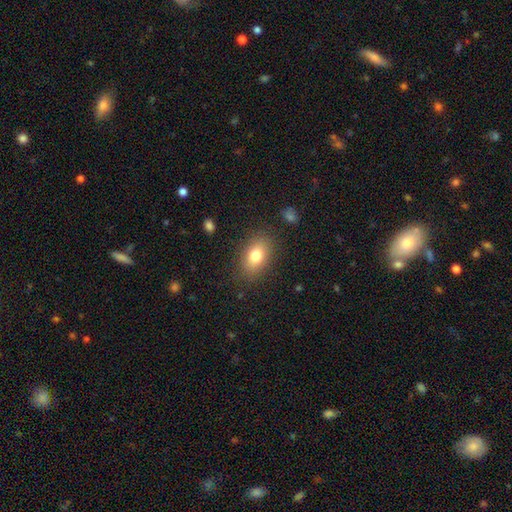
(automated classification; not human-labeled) Smooth or featured? smooth (78%)
How rounded? in between (84%)
Merging? none (84%)